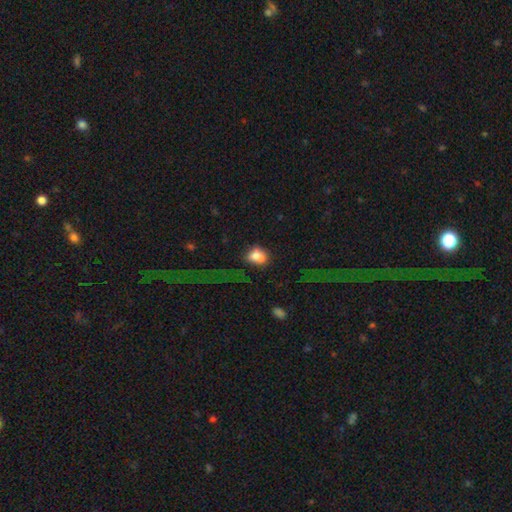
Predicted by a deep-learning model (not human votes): This is likely a smooth galaxy (76%). How rounded: possibly in between (57%). Merging: marginally none (42%).